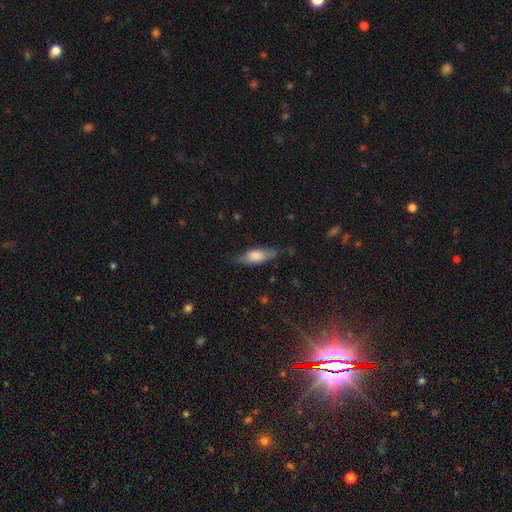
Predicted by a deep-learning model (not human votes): smooth 68%, featured or disk 26%, star or artifact 7%. Down the decision tree: how rounded — in between (64%); merging — none (70%).